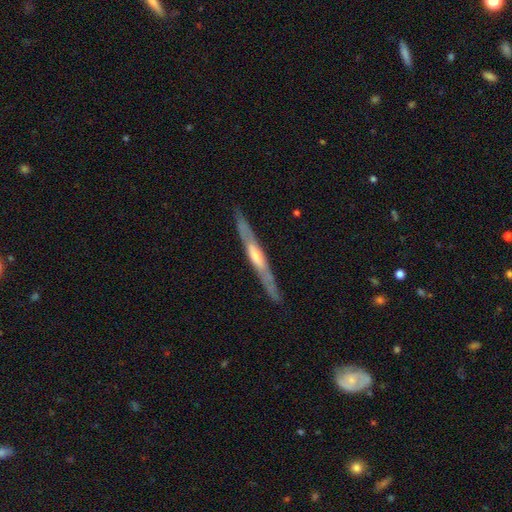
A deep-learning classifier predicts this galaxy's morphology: Smooth or featured: featured or disk — 76% (smooth — 19%)
Edge-on disk: yes — 94% (no — 6%)
Edge-on bulge: rounded — 63% (none — 29%)
Merging: none — 87% (minor disturbance — 10%)